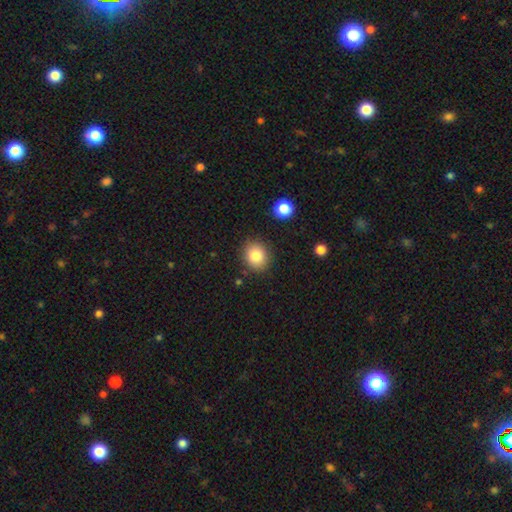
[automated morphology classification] This is clearly a smooth galaxy (83%). How rounded: likely round (75%). Merging: clearly none (86%).